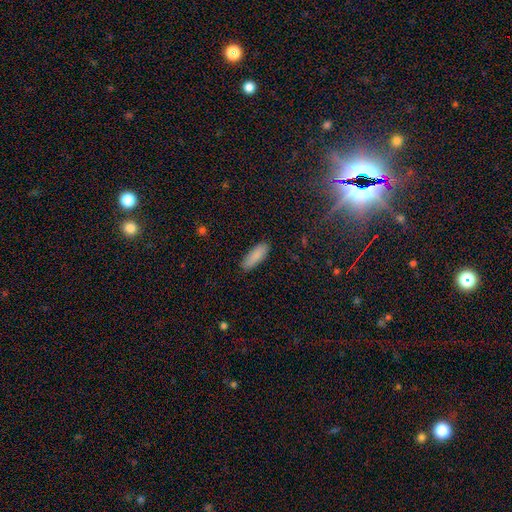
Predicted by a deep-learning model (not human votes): Smooth or featured? Predicted: smooth (p=0.87). How rounded? Predicted: in between (p=0.59). Merging? Predicted: none (p=0.87).